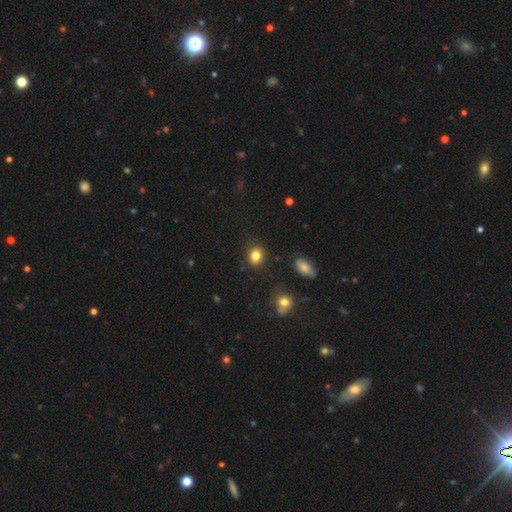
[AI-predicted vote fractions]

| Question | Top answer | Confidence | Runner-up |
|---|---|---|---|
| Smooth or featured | smooth | 83% | star or artifact (11%) |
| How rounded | round | 59% | in between (40%) |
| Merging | none | 87% | minor disturbance (9%) |